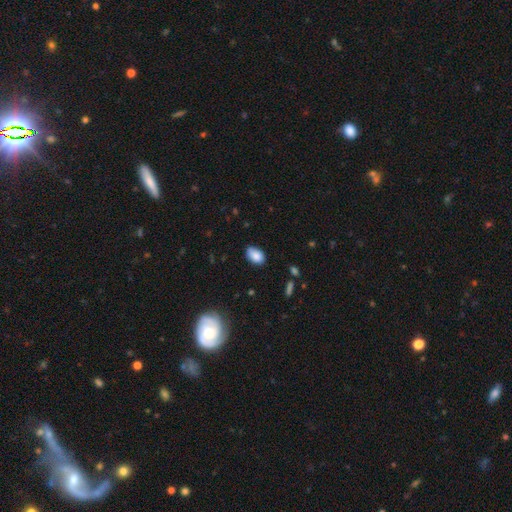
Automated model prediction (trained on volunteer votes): Q: Smooth or featured?
A: smooth (85%); runner-up: star or artifact (8%)
Q: How rounded?
A: in between (88%); runner-up: round (11%)
Q: Merging?
A: none (70%); runner-up: minor disturbance (24%)